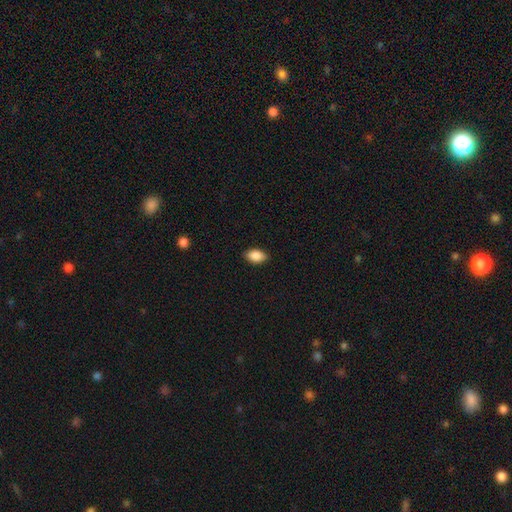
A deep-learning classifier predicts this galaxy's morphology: This is clearly a smooth galaxy (88%). How rounded: clearly in between (91%). Merging: clearly none (88%).